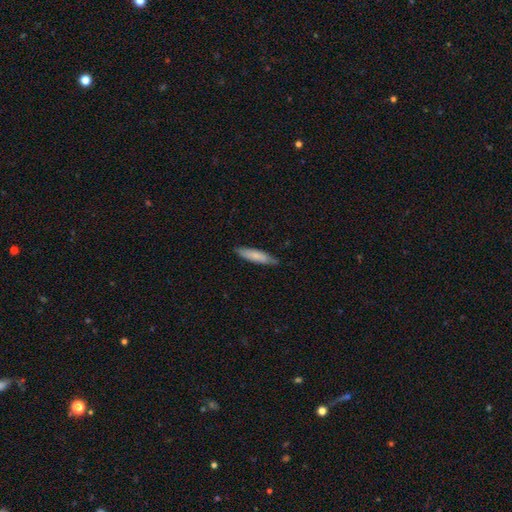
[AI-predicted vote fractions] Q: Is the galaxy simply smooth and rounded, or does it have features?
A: smooth — 77%.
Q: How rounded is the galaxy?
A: cigar-shaped — 77%.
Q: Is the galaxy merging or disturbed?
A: none — 80%.